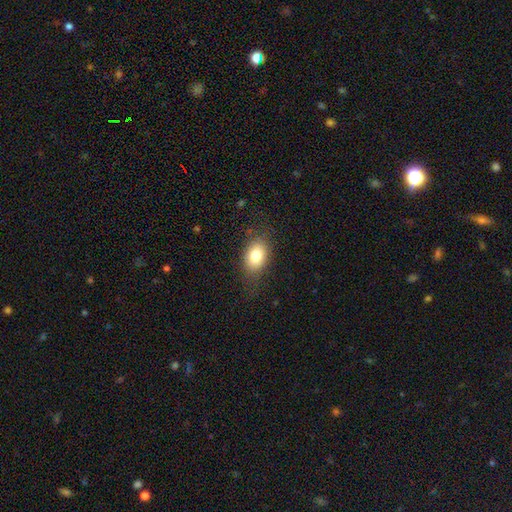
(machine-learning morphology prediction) The model was most divided on "merging": none: 79%, minor disturbance: 15%, major disturbance: 5%, merger: 1%. More confident: how rounded — in between (82%); smooth or featured — smooth (79%).